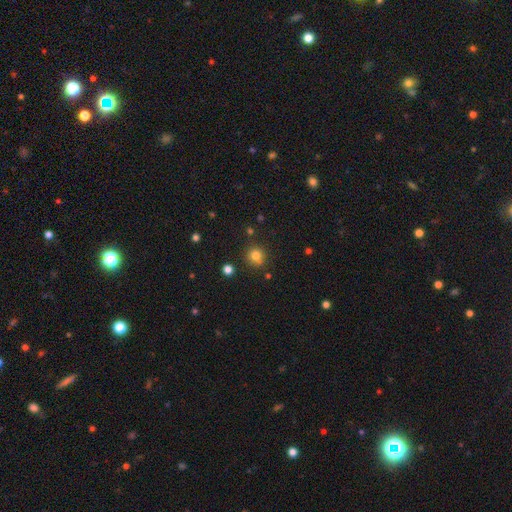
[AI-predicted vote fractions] Q: Smooth or featured?
A: smooth (79%); runner-up: star or artifact (15%)
Q: How rounded?
A: round (89%); runner-up: in between (10%)
Q: Merging?
A: none (79%); runner-up: minor disturbance (11%)